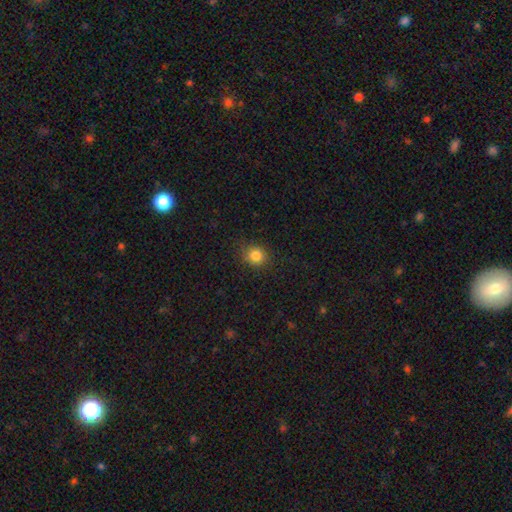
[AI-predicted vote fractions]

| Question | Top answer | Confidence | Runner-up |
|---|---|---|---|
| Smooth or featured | smooth | 83% | star or artifact (12%) |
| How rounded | round | 84% | in between (15%) |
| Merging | none | 84% | minor disturbance (12%) |